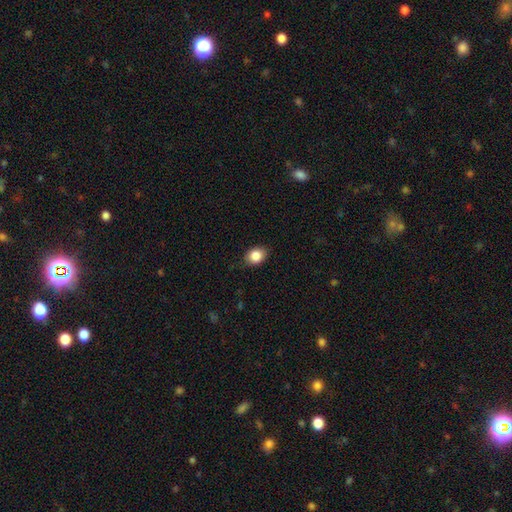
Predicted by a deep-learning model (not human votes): The model was most divided on "how rounded": in between: 62%, round: 37%, cigar-shaped: 1%. More confident: smooth or featured — smooth (86%); merging — none (83%).